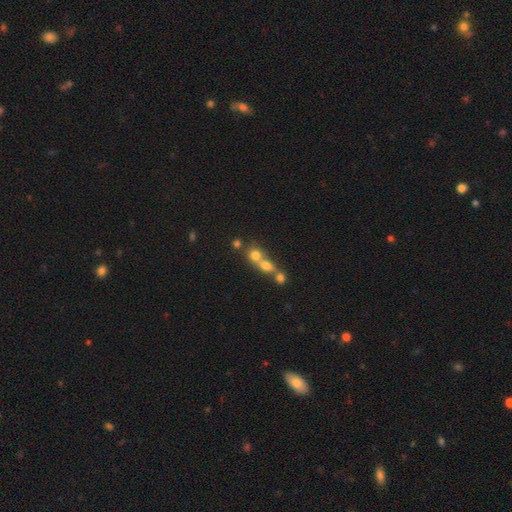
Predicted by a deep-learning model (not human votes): Smooth or featured? smooth (68%)
How rounded? round (76%)
Merging? merger (61%)